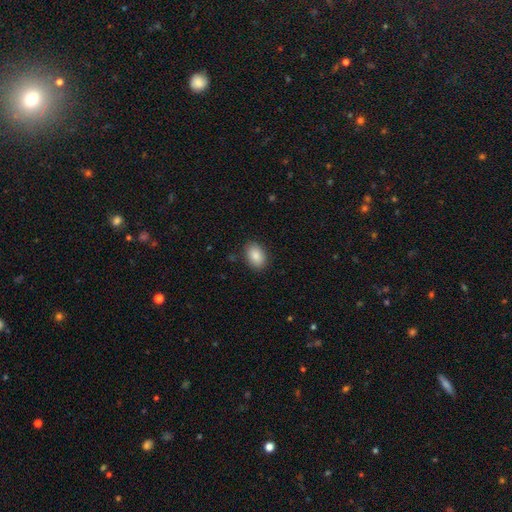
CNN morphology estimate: Overall: smooth (88%). How rounded: in between (84%). Merging: none (87%).